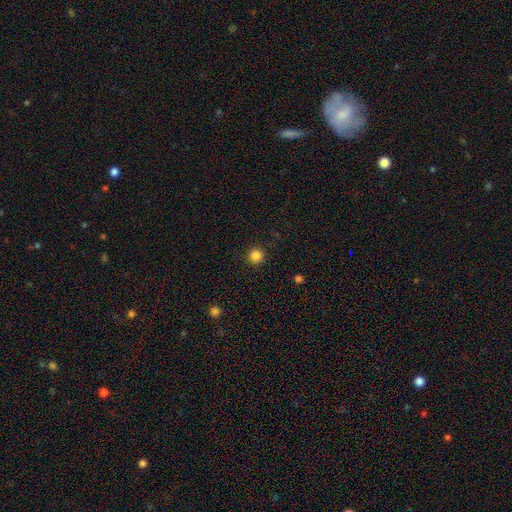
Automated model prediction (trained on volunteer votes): Morphology: type=smooth (85%); roundness=round (96%); merging=none (92%).